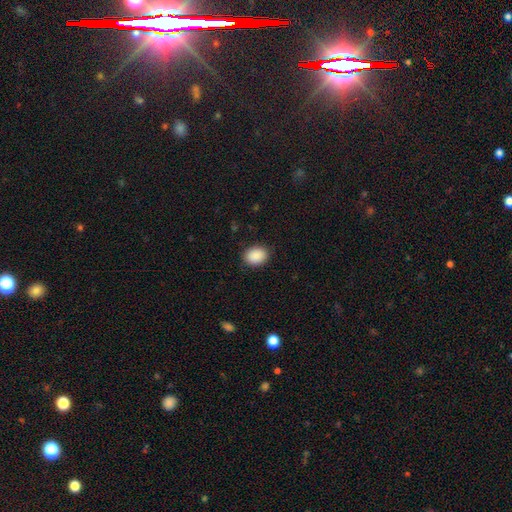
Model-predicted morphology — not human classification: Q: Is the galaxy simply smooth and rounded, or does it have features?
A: smooth — 90%.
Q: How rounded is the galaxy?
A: in between — 61%.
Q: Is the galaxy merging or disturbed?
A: none — 88%.